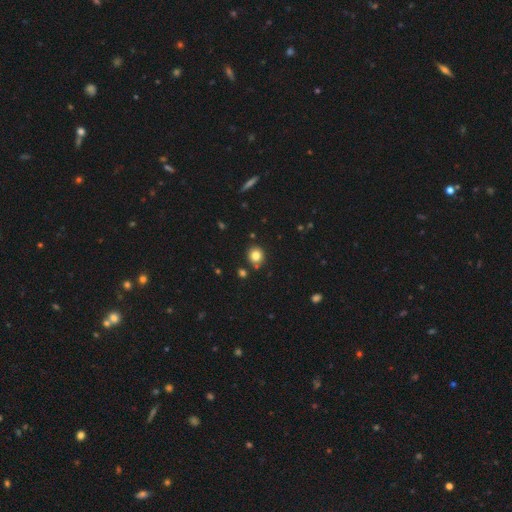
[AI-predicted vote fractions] Overall: smooth (81%). How rounded: round (84%). Merging: none (83%).